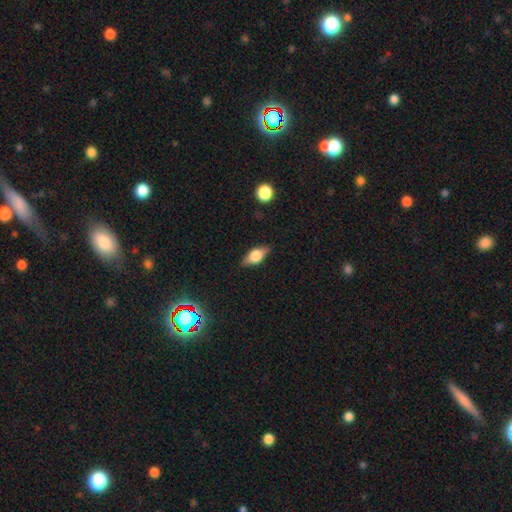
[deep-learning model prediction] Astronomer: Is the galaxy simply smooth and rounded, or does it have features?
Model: smooth — 52% (runner-up: featured or disk, 40%).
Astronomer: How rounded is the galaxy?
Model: in between — 78%.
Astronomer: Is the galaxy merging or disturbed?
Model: none — 84%.